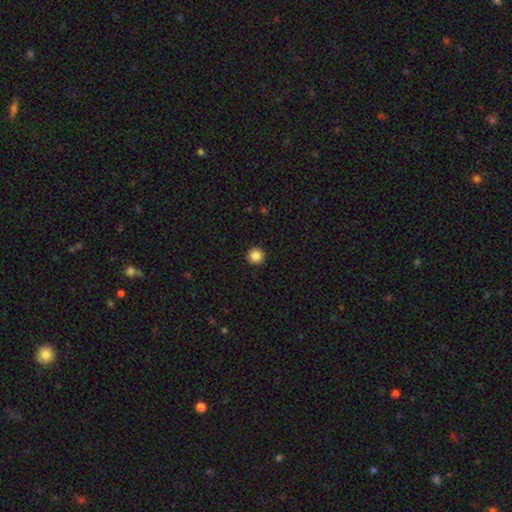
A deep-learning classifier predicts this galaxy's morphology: type=smooth (85%); roundness=round (96%); merging=none (93%).